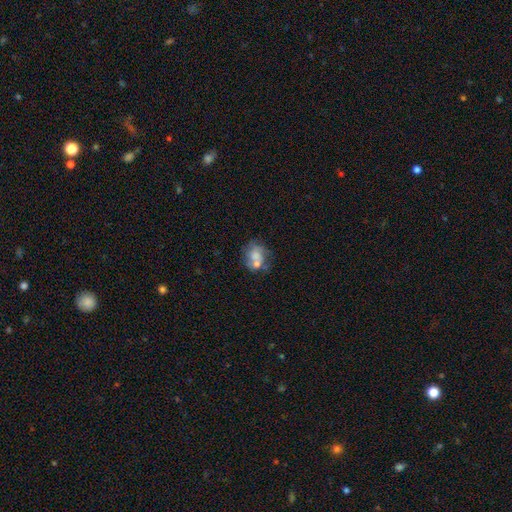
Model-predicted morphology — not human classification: Q: Smooth or featured?
A: smooth (53%); runner-up: featured or disk (37%)
Q: How rounded?
A: round (51%); runner-up: in between (48%)
Q: Merging?
A: none (35%); runner-up: merger (34%)